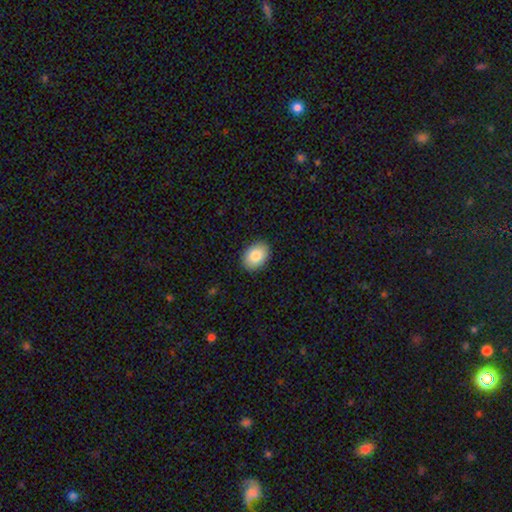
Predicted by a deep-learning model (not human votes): A smooth galaxy with no disk features (85%) that is in between round and cigar-shaped (75%).

Vote fractions:
- Smooth or featured? smooth: 85% / featured or disk: 8% / star or artifact: 7%
- How rounded? in between: 75% / round: 24% / cigar-shaped: 1%
- Merging? none: 90% / minor disturbance: 8% / major disturbance: 2% / merger: 1%